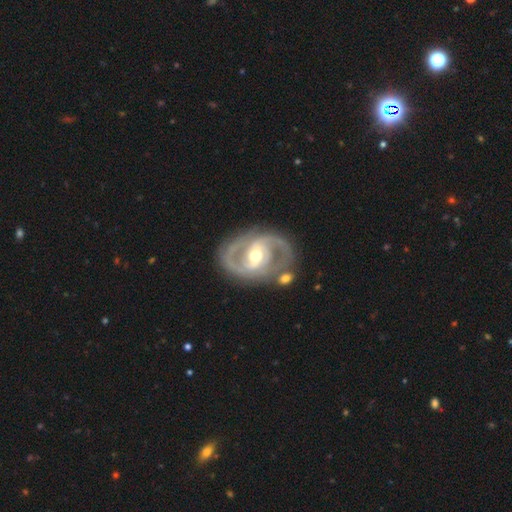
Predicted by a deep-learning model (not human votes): Overall: featured or disk (90%). Edge-on disk: no (97%). Bar: weak (41%; strong 34%). Spiral arms: yes (95%). Spiral arm count: 2 (87%). Spiral winding: medium (50%; tight 39%). Bulge size: moderate (73%). Merging: none (72%).